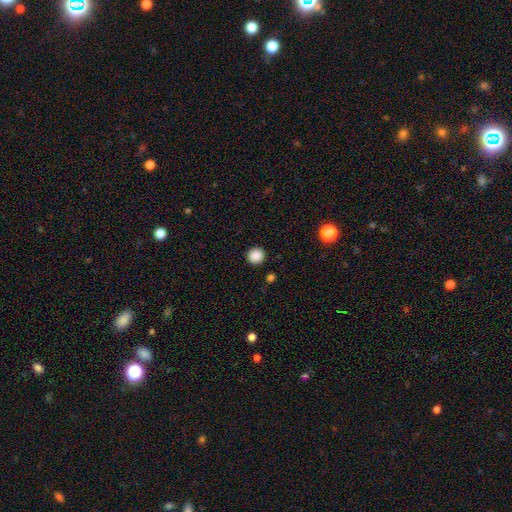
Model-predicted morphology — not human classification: A smooth galaxy with no disk features (88%) that is round (94%). Merging: none (92%).